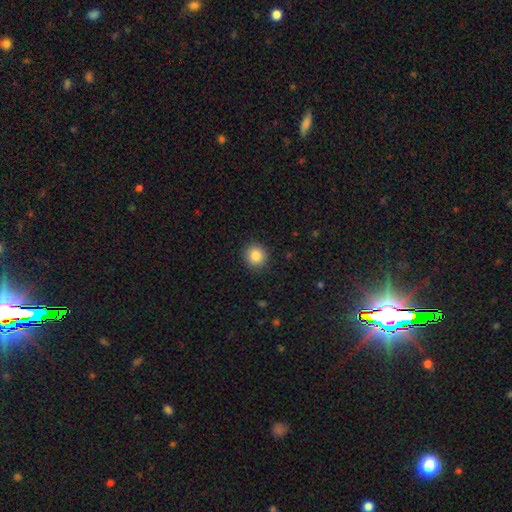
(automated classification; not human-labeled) This appears to be a smooth galaxy with no disk features (86%) that is round (91%). Merging: none (91%).